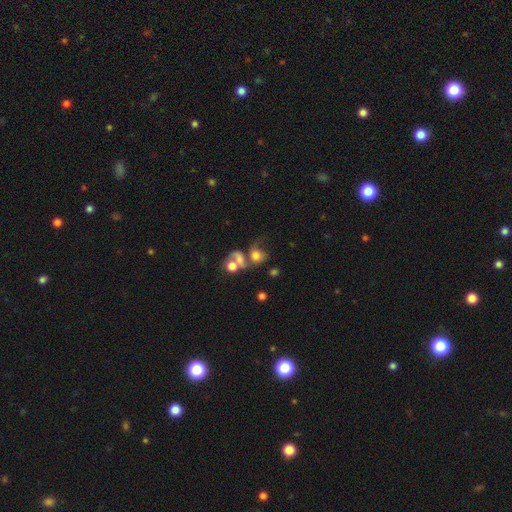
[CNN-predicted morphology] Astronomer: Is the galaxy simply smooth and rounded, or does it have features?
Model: smooth — 57%.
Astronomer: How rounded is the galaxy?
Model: round — 52% (runner-up: in between, 47%).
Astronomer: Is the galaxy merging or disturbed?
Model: merger — 50%.